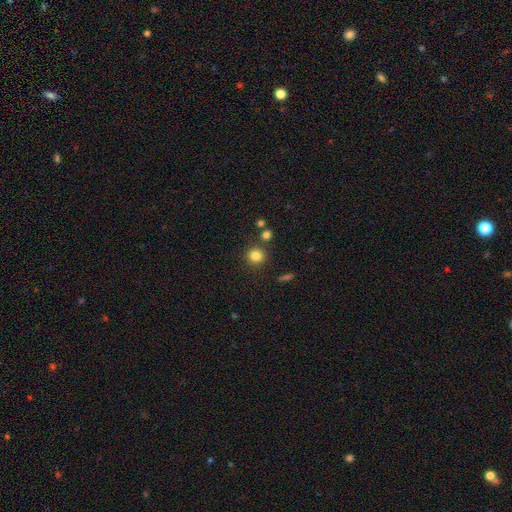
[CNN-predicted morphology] smooth 82%, star or artifact 12%, featured or disk 5%. Down the decision tree: how rounded — round (92%); merging — none (85%).